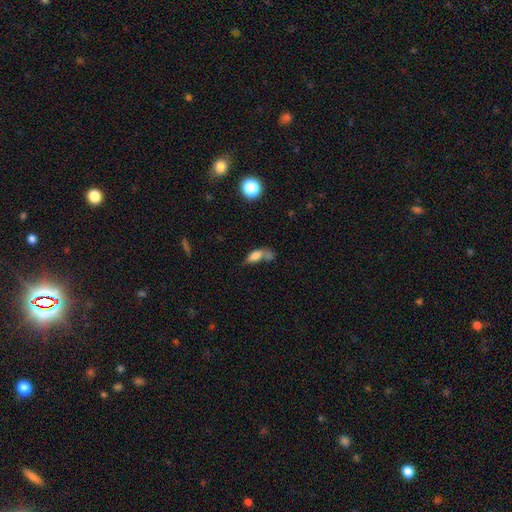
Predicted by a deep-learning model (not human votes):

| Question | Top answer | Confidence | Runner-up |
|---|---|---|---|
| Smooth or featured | smooth | 72% | featured or disk (16%) |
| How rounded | in between | 79% | cigar-shaped (13%) |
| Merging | merger | 40% | none (28%) |